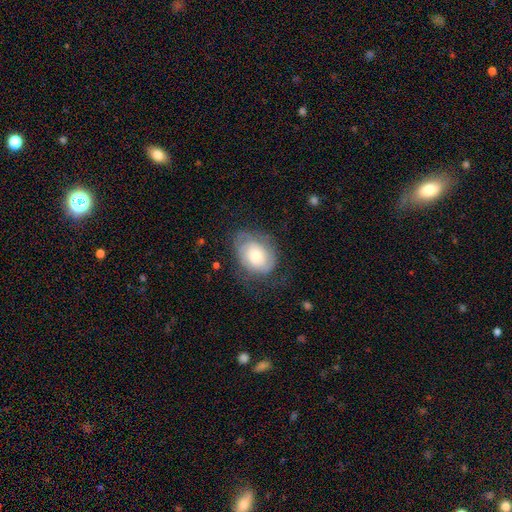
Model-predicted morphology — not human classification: type=featured or disk (52%); edge-on=no (96%); bar=no (80%); spiral arms=yes (78%); bulge=moderate (50%); merging=none (58%).